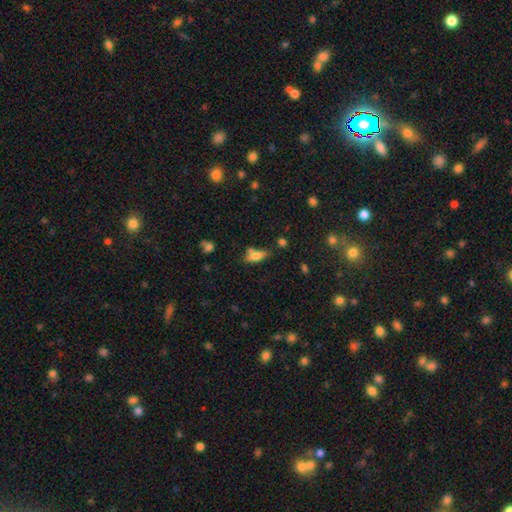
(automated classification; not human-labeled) Smooth or featured? smooth (60%)
How rounded? in between (65%)
Merging? none (60%)